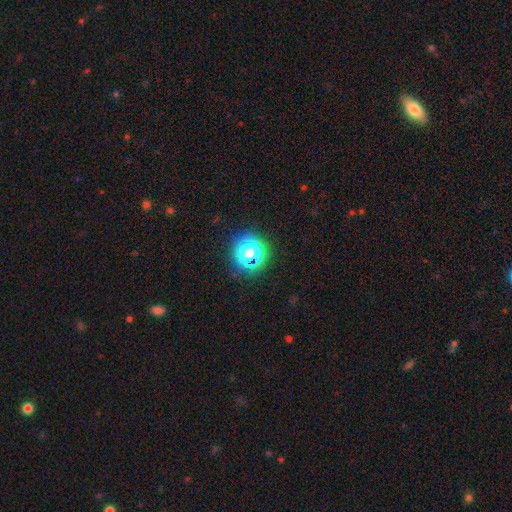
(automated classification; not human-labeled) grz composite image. It shows a smooth galaxy with no disk features (53%) that is round (89%). Merging: none (80%).